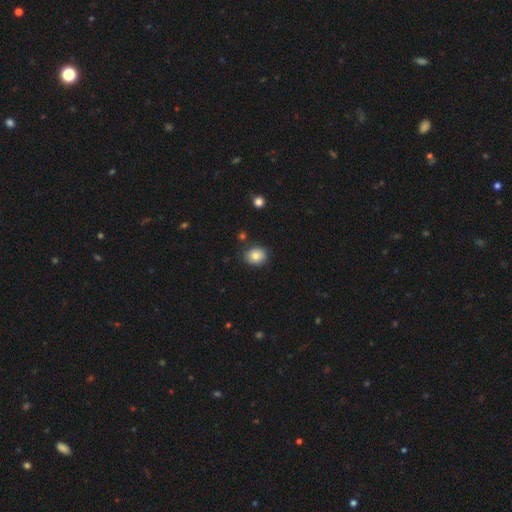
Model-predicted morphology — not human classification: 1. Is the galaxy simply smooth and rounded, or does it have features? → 79% smooth, 12% featured or disk, 10% star or artifact.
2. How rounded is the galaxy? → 65% round, 34% in between, 1% cigar-shaped.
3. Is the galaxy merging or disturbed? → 84% none, 11% minor disturbance, 3% merger, 2% major disturbance.